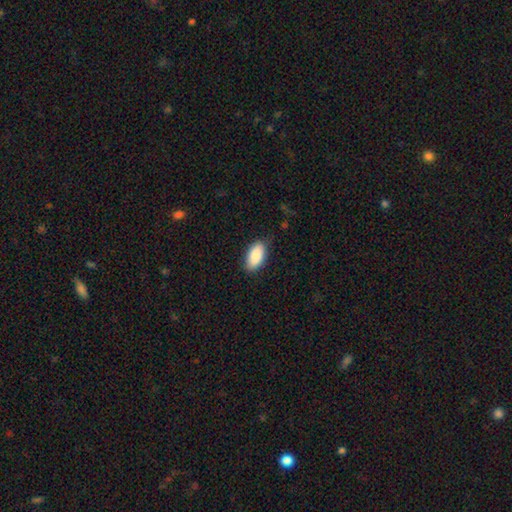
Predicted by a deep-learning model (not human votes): This appears to be a smooth galaxy with no disk features (90%) that is in between round and cigar-shaped (94%). Merging: none (85%).